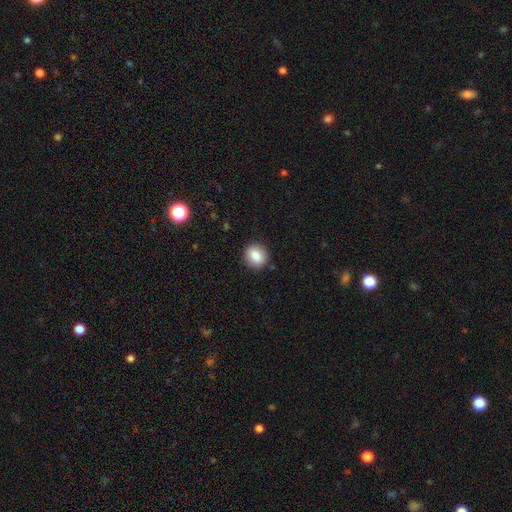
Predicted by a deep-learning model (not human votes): smooth 85%, star or artifact 9%, featured or disk 7%. Down the decision tree: how rounded — round (84%); merging — none (91%).